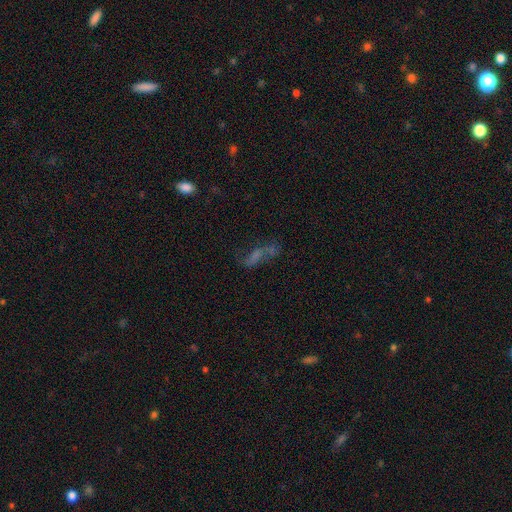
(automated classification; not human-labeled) smooth_or_featured: featured or disk (p=0.43) [alt: smooth p=0.33]
merging: none (p=0.45) [alt: major disturbance p=0.20]